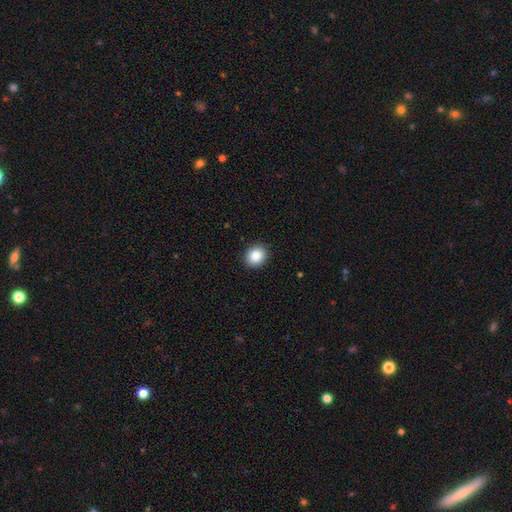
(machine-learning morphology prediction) smooth 88%, star or artifact 9%, featured or disk 4%. Down the decision tree: how rounded — round (76%); merging — none (91%).